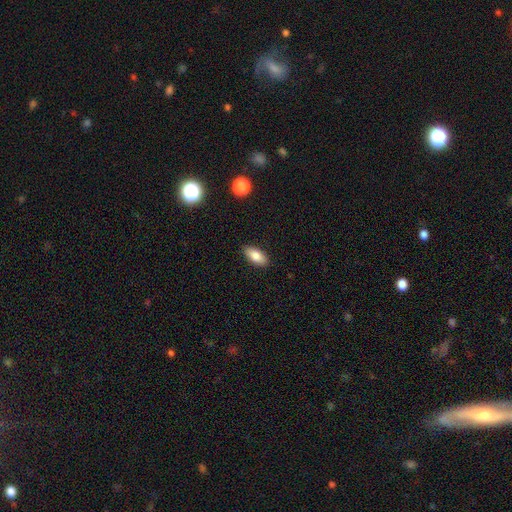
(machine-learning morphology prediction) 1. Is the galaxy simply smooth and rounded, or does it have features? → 83% smooth, 10% featured or disk, 7% star or artifact.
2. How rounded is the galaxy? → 89% in between, 8% cigar-shaped, 3% round.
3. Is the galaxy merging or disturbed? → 89% none, 8% minor disturbance, 2% major disturbance, 1% merger.